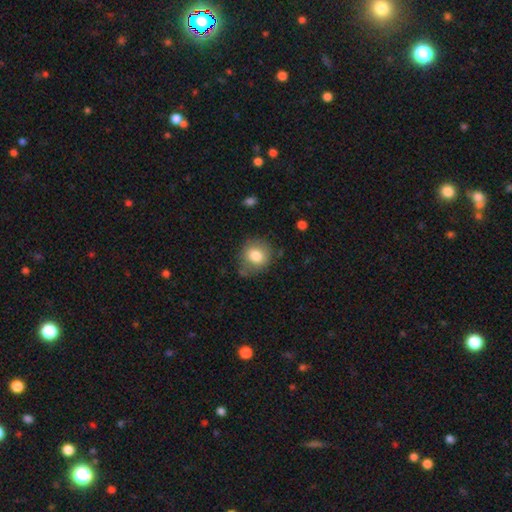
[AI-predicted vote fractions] smooth_or_featured: smooth (p=0.81) [alt: featured or disk p=0.10]
how_rounded: round (p=0.79) [alt: in between p=0.20]
merging: none (p=0.72) [alt: minor disturbance p=0.19]